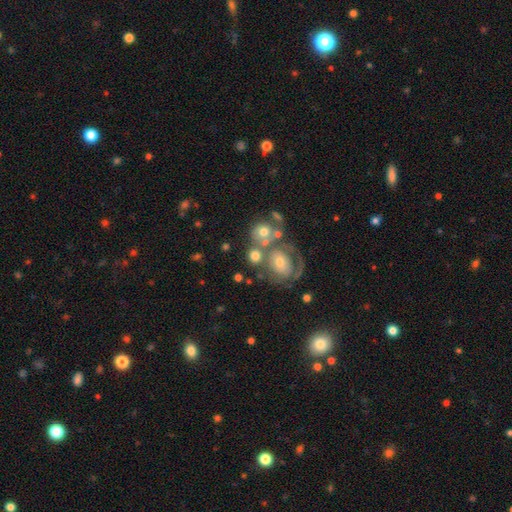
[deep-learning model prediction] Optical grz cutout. It shows a smooth galaxy with no disk features (58%) that is round (72%). Merging: none (42%).